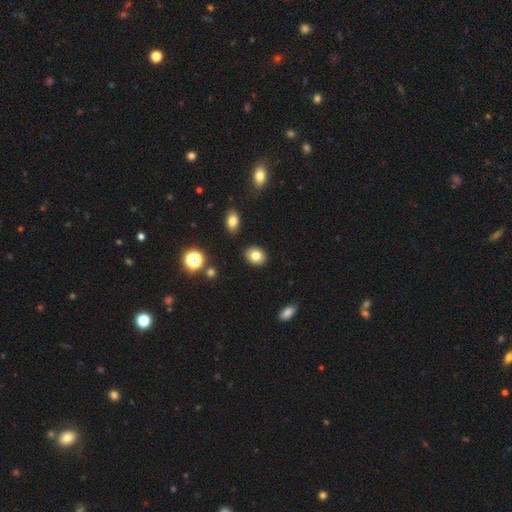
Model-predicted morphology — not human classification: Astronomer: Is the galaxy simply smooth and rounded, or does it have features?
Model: smooth — 80%.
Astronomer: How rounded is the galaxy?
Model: in between — 51% (runner-up: round, 48%).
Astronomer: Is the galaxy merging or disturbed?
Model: none — 88%.